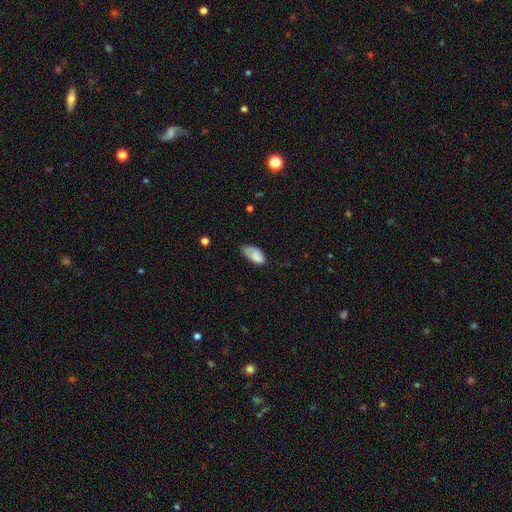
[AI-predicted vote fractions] Smooth or featured: smooth — 80% (featured or disk — 13%)
How rounded: in between — 93% (cigar-shaped — 4%)
Merging: none — 46% (minor disturbance — 38%)